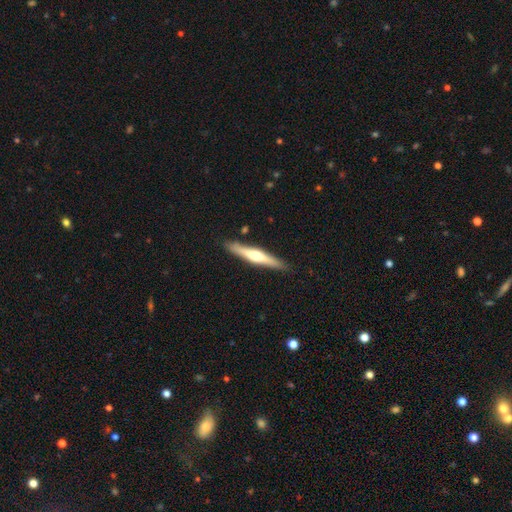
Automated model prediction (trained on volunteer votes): A featured or disk galaxy (59%) viewed edge-on (96%) with a rounded central bulge (87%).

Vote fractions:
- Smooth or featured? featured or disk: 59% / smooth: 36% / star or artifact: 5%
- Edge-on disk? yes: 96% / no: 4%
- Edge-on bulge? rounded: 87% / none: 7% / boxy: 5%
- Merging? none: 88% / minor disturbance: 9% / merger: 2% / major disturbance: 2%